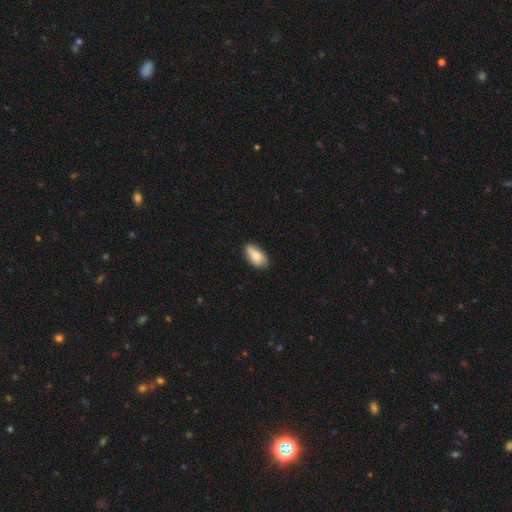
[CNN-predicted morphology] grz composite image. It shows a smooth galaxy with no disk features (83%) that is in between round and cigar-shaped (92%). Merging: none (77%).